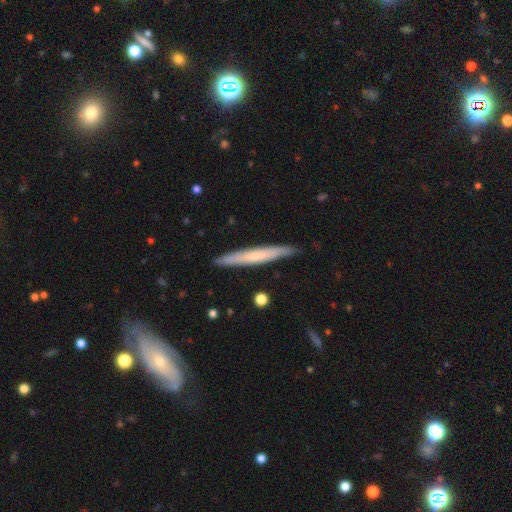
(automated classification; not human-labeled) Smooth or featured? smooth (53%)
How rounded? cigar-shaped (96%)
Merging? none (89%)